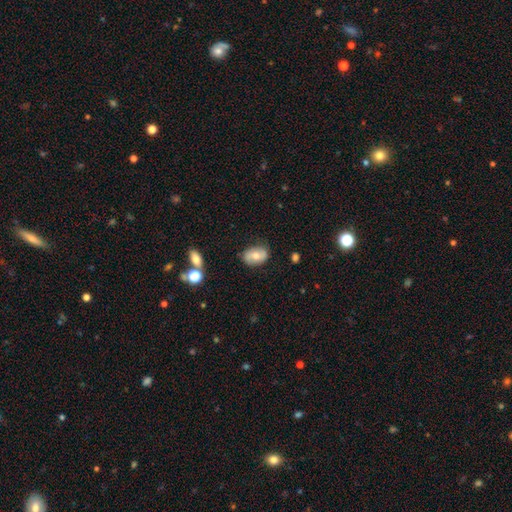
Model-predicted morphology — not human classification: smooth-or-featured: smooth: 63% | featured or disk: 29% | star or artifact: 8%
  how-rounded: in between: 84% | round: 15% | cigar-shaped: 2%
  merging: none: 78% | minor disturbance: 16% | major disturbance: 4% | merger: 3%